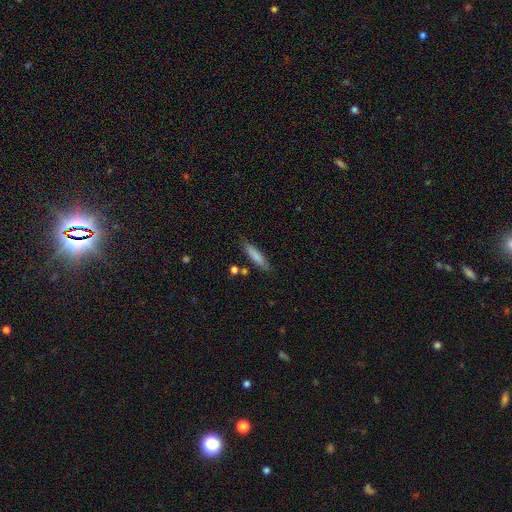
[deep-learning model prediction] The model was most divided on "smooth or featured": smooth: 80%, featured or disk: 14%, star or artifact: 6%. More confident: how rounded — cigar-shaped (84%); merging — none (83%).